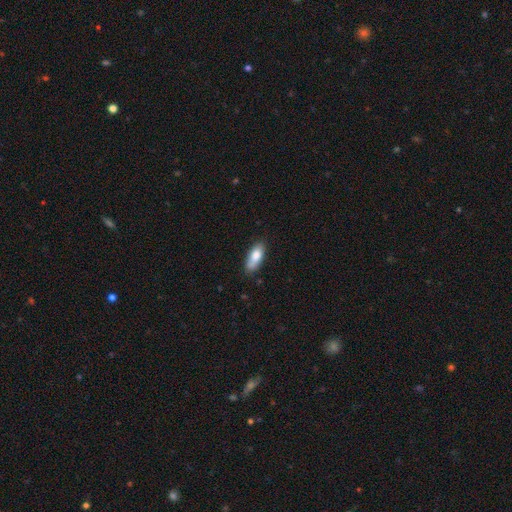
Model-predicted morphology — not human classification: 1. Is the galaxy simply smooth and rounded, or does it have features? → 81% smooth, 12% featured or disk, 7% star or artifact.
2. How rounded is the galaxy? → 75% in between, 23% cigar-shaped, 2% round.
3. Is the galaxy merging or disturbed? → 73% none, 21% minor disturbance, 4% major disturbance, 3% merger.